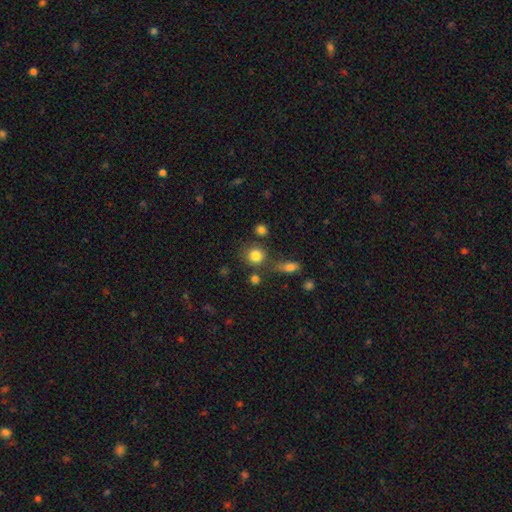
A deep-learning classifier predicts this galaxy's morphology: This appears to be a smooth galaxy with no disk features (83%) that is round (86%). Merging: none (72%).